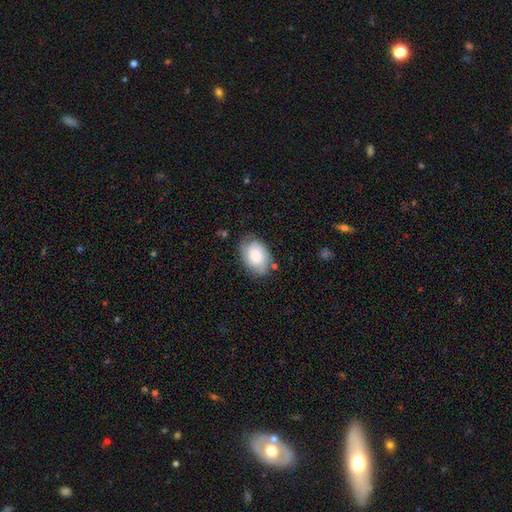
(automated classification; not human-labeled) A smooth galaxy with no disk features (53%) that is in between round and cigar-shaped (84%). Merging: none (67%).